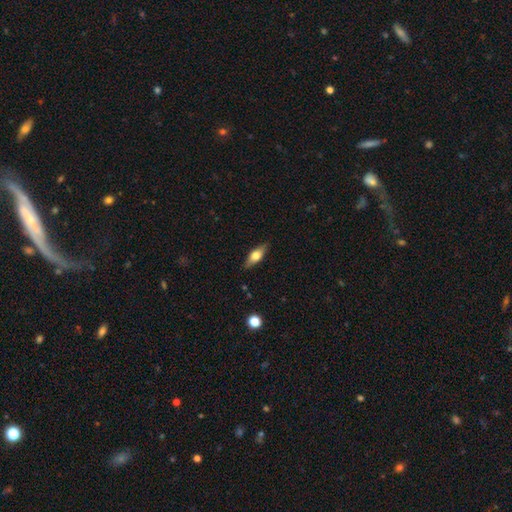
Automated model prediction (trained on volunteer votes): This is possibly a smooth galaxy (48%). Merging: clearly none (85%).